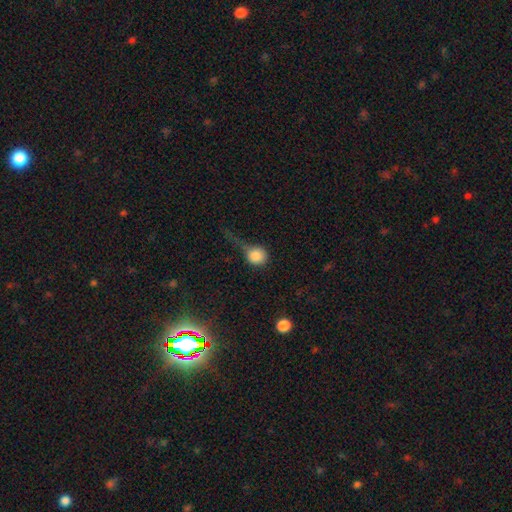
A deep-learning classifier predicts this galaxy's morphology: Smooth or featured: smooth — 81% (featured or disk — 10%)
How rounded: round — 83% (in between — 15%)
Merging: major disturbance — 40% (none — 28%)